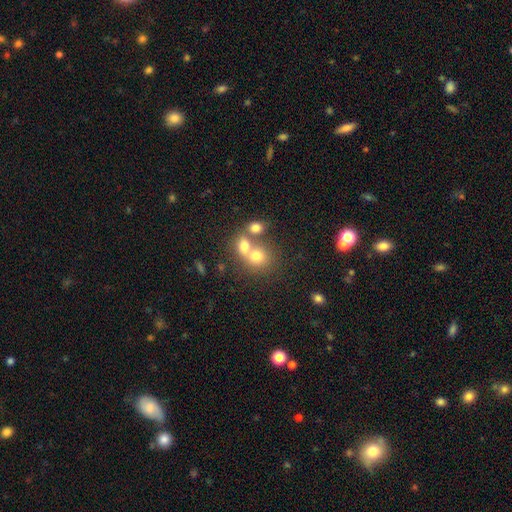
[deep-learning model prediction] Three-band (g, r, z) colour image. It shows a smooth galaxy with no disk features (70%) that is round (71%). Merging: merger (55%).